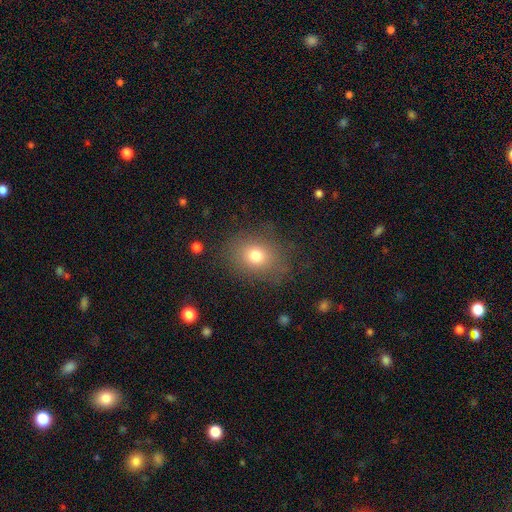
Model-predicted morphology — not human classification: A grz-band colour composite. It shows a smooth galaxy with no disk features (76%) that is in between round and cigar-shaped (49%, tied with round). Merging: none (78%).